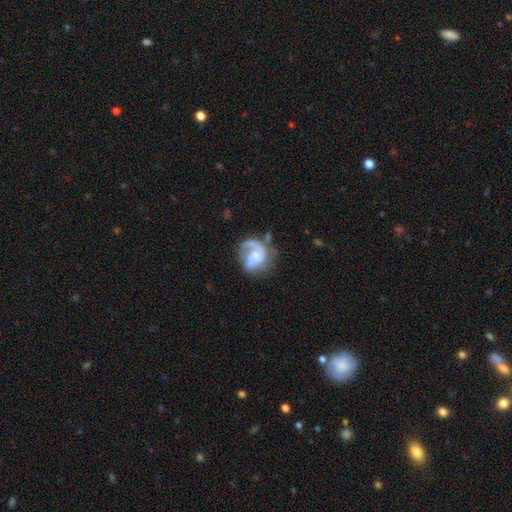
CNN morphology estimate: Smooth or featured: featured or disk — 72% (smooth — 21%)
Edge-on disk: no — 98% (yes — 2%)
Bar: no — 61% (weak — 33%)
Spiral arms: yes — 87% (no — 13%)
Spiral winding: medium — 44% (tight — 30%)
Spiral arm count: 2 — 48% (1 — 27%)
Bulge size: moderate — 49% (small — 37%)
Merging: none — 50% (minor disturbance — 24%)